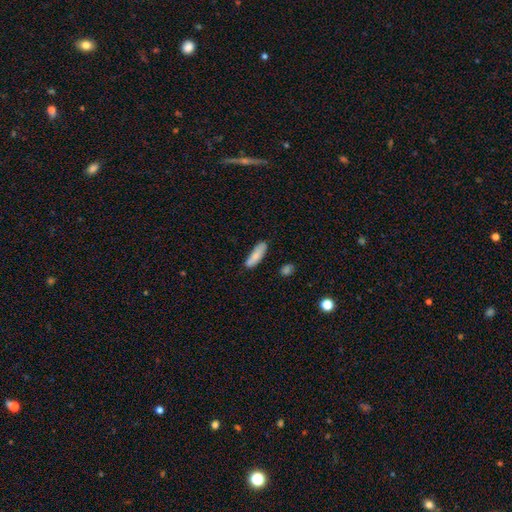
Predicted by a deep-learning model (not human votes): A smooth galaxy with no disk features (84%) that is cigar-shaped (53%). Merging: none (79%).